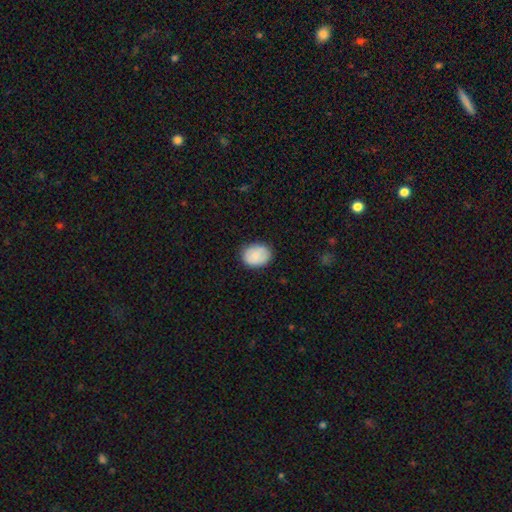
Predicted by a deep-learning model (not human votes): A smooth galaxy with no disk features (82%) that is in between round and cigar-shaped (56%). Merging: none (84%).